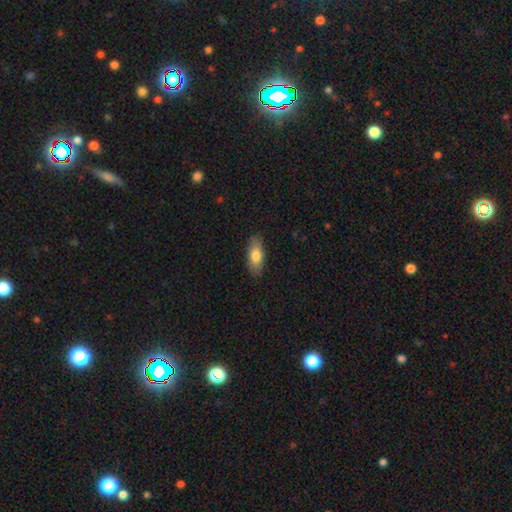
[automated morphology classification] This appears to be a smooth galaxy with no disk features (77%) that is in between round and cigar-shaped (81%). Merging: none (87%).